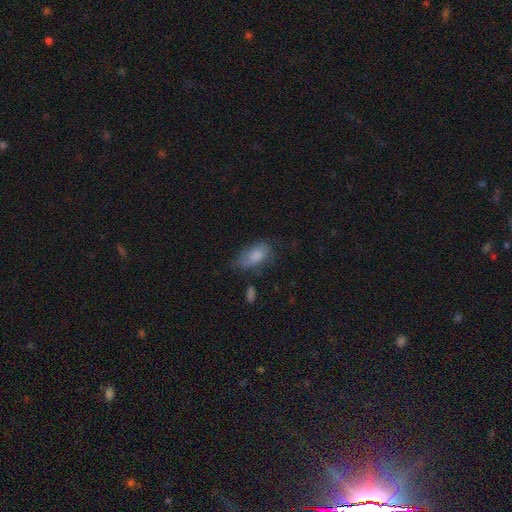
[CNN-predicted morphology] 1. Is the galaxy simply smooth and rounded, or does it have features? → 76% smooth, 16% featured or disk, 8% star or artifact.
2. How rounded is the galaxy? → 91% in between, 5% round, 4% cigar-shaped.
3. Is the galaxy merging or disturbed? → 50% none, 32% minor disturbance, 14% major disturbance, 4% merger.